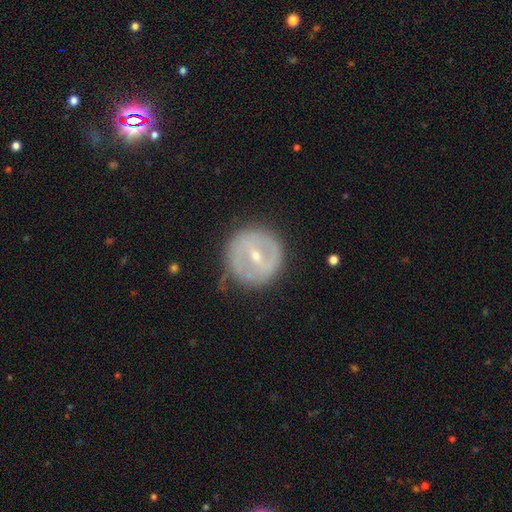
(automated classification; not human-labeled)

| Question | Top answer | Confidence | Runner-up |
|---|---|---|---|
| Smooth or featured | featured or disk | 68% | smooth (24%) |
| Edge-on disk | no | 95% | yes (5%) |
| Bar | strong | 42% | weak (41%) |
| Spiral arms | no | 59% | yes (41%) |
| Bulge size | small | 63% | moderate (34%) |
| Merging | none | 77% | minor disturbance (15%) |